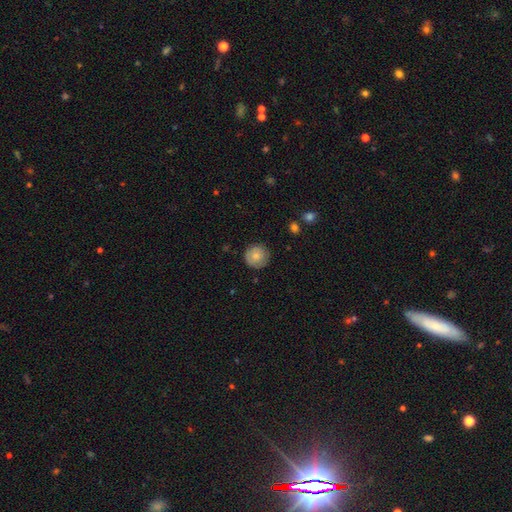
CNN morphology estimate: Smooth or featured? smooth (76%)
How rounded? round (94%)
Merging? none (84%)